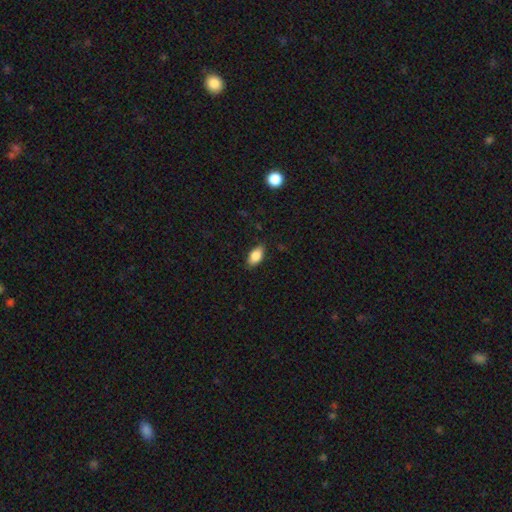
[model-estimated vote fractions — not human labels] smooth_or_featured: smooth (p=0.84) [alt: featured or disk p=0.09]
how_rounded: in between (p=0.90) [alt: round p=0.05]
merging: none (p=0.83) [alt: minor disturbance p=0.14]